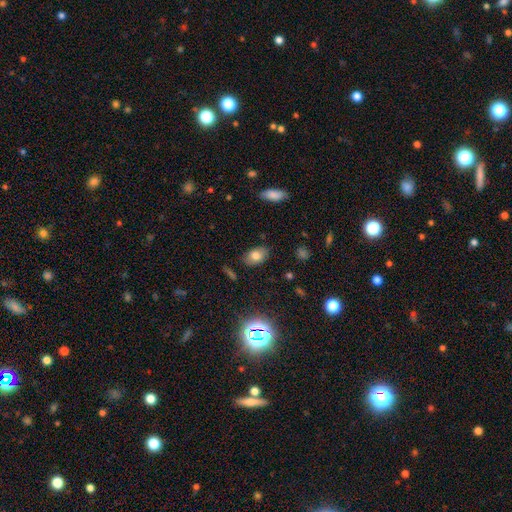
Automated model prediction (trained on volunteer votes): Morphology: type=smooth (76%); roundness=in between (86%); merging=none (83%).